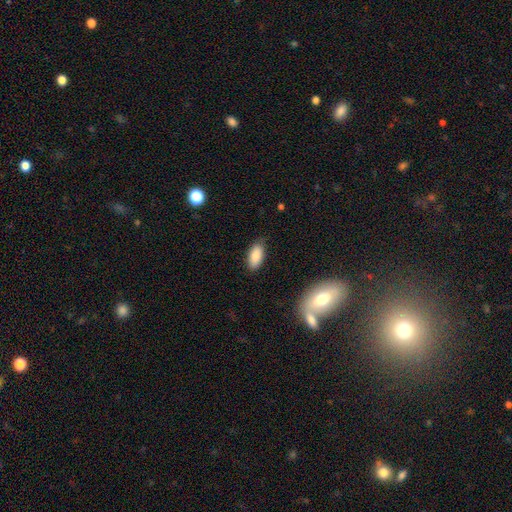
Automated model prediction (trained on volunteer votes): smooth-or-featured: smooth: 86% | star or artifact: 7% | featured or disk: 7%
  how-rounded: in between: 91% | cigar-shaped: 7% | round: 2%
  merging: none: 78% | minor disturbance: 17% | major disturbance: 3% | merger: 1%